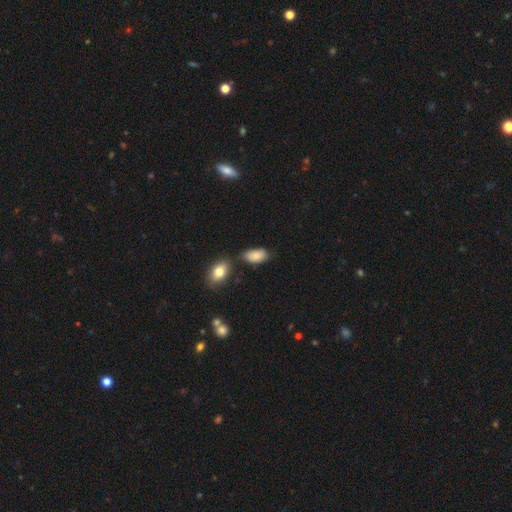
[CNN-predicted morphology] Overall: smooth (84%). How rounded: in between (94%). Merging: none (65%).